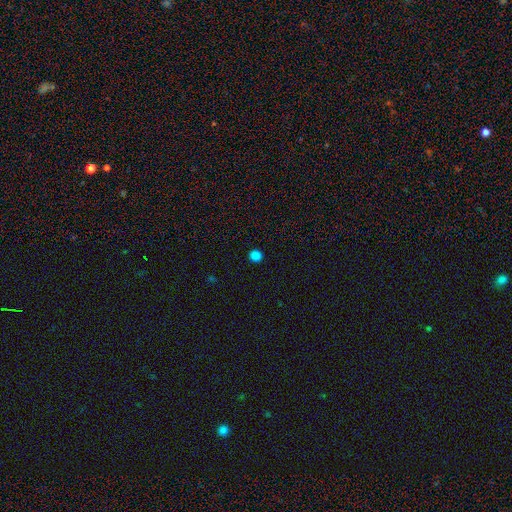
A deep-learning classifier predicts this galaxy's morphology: The model was most divided on "smooth or featured": smooth: 84%, star or artifact: 13%, featured or disk: 3%. More confident: merging — none (93%); how rounded — round (91%).